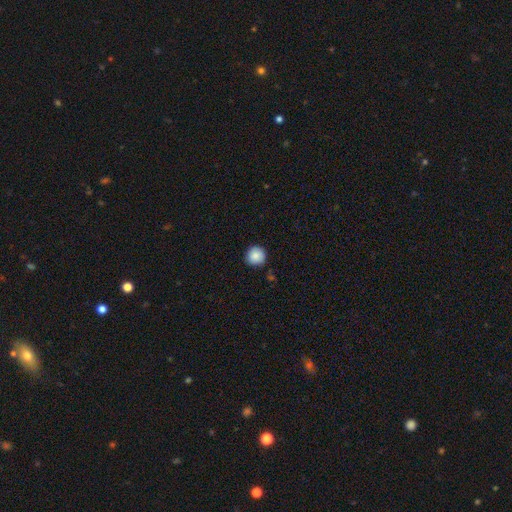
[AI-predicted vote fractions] A smooth galaxy with no disk features (88%) that is round (94%). Merging: none (88%).